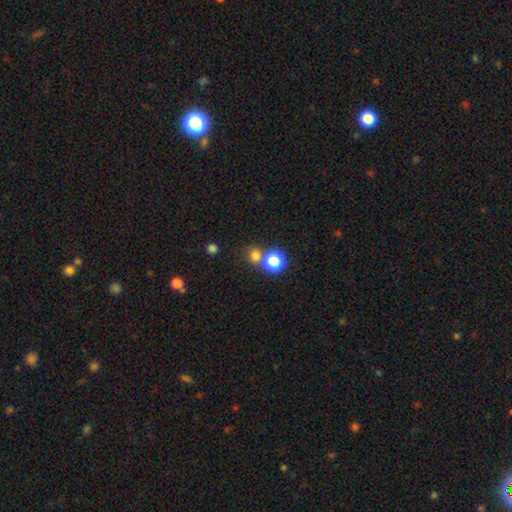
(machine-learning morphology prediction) This appears to be a smooth galaxy with no disk features (74%) that is round (88%). Merging: none (63%).